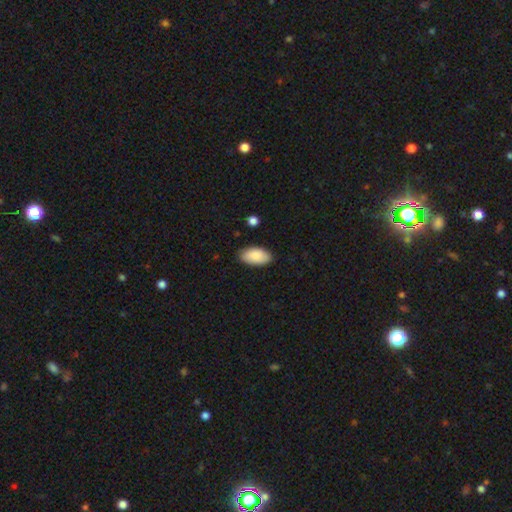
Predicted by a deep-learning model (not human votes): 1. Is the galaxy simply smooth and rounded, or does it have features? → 89% smooth, 6% star or artifact, 5% featured or disk.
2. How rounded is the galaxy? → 95% in between, 2% cigar-shaped, 2% round.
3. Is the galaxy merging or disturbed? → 84% none, 12% minor disturbance, 2% major disturbance, 1% merger.